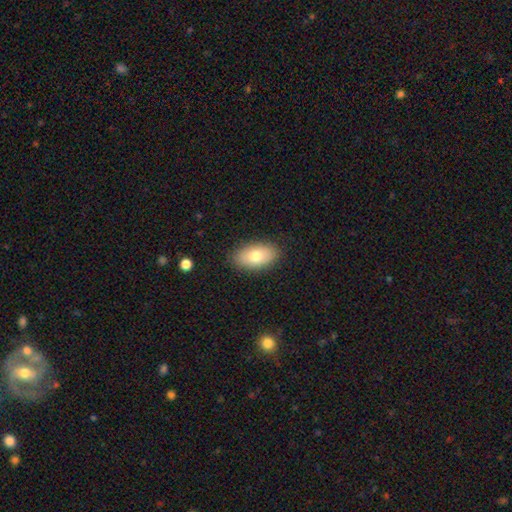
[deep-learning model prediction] Smooth or featured: smooth — 76% (featured or disk — 17%)
How rounded: in between — 93% (round — 5%)
Merging: none — 86% (minor disturbance — 10%)